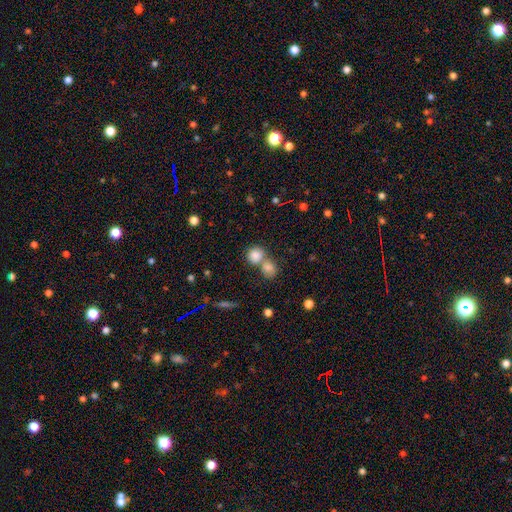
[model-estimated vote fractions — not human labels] Smooth or featured? Predicted: smooth (p=0.83). How rounded? Predicted: round (p=0.84). Merging? Predicted: merger (p=0.46).